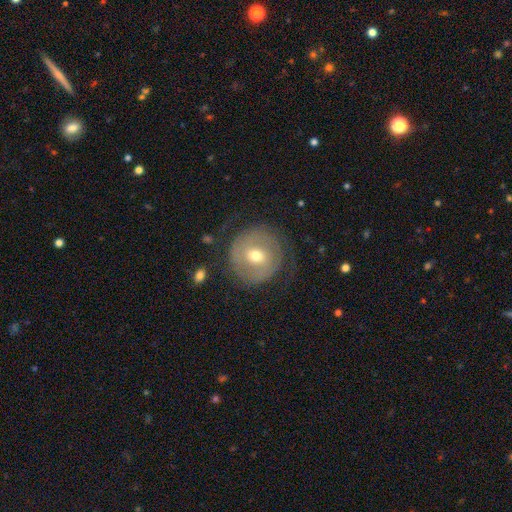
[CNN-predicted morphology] A featured or disk galaxy (60%) with no bar (49%), spiral arms (71%) and a moderate central bulge (65%). Merging: none (70%).